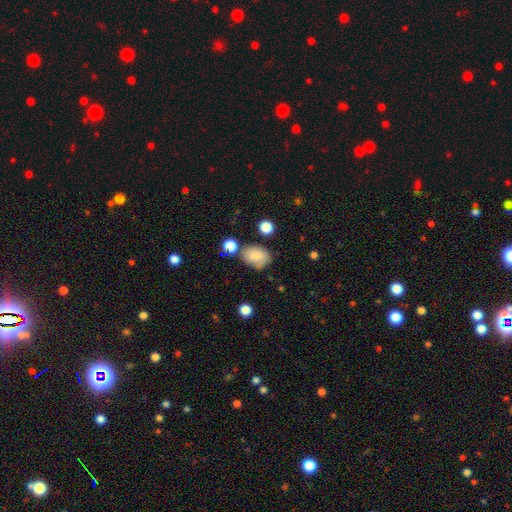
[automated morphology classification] A smooth galaxy with no disk features (73%) that is in between round and cigar-shaped (70%). Merging: none (62%).